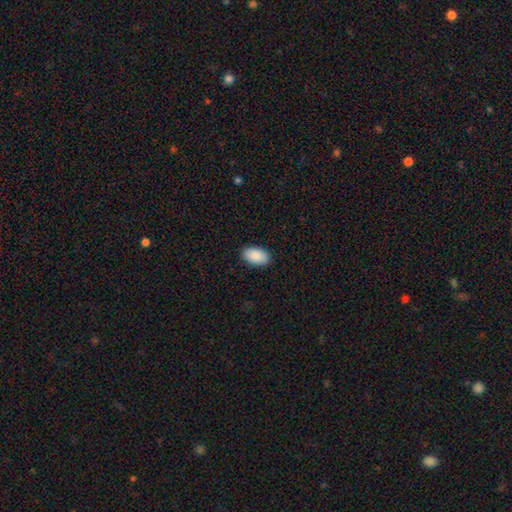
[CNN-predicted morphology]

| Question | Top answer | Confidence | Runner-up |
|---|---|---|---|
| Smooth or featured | smooth | 90% | star or artifact (6%) |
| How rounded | in between | 95% | round (4%) |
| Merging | none | 89% | minor disturbance (8%) |